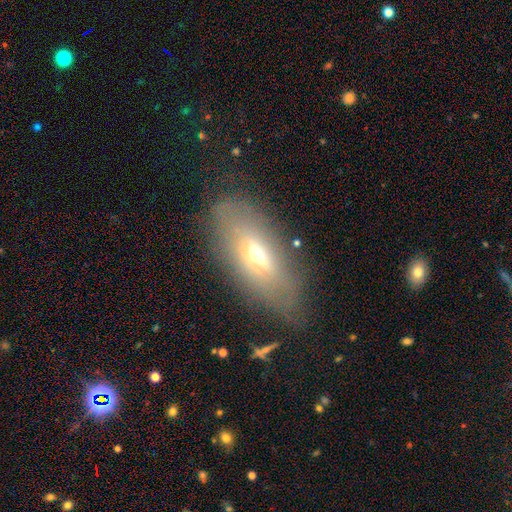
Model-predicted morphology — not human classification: smooth_or_featured: smooth (p=0.49) [alt: featured or disk p=0.40]
merging: none (p=0.67) [alt: minor disturbance p=0.20]